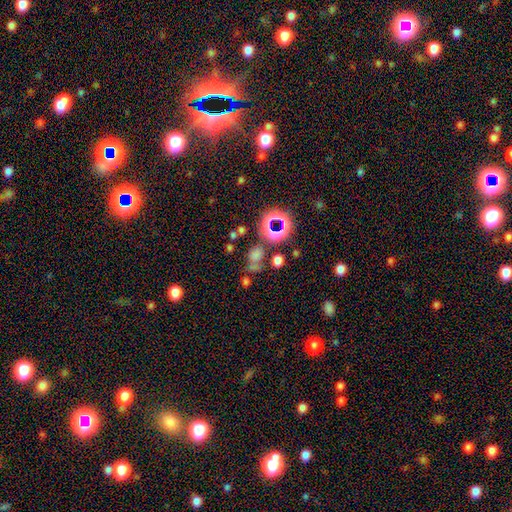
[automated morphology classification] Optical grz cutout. It shows a smooth galaxy with no disk features (55%) that is round (60%). Merging: none (50%).